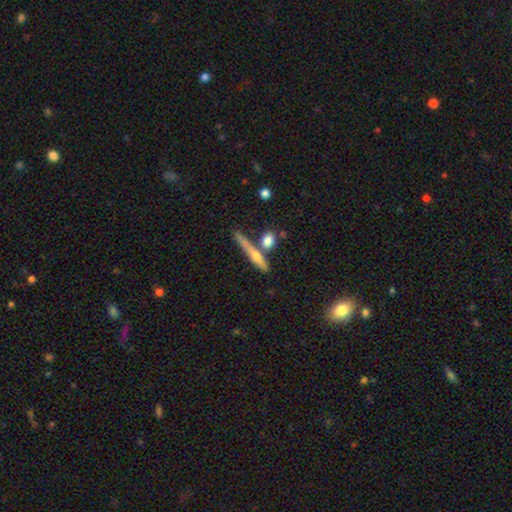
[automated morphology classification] Smooth or featured?
  - smooth: 51% *
  - featured or disk: 42%
  - star or artifact: 8%
How rounded?
  - cigar-shaped: 79% *
  - in between: 14%
  - round: 7%
Merging?
  - none: 58% *
  - merger: 21%
  - minor disturbance: 15%
  - major disturbance: 6%